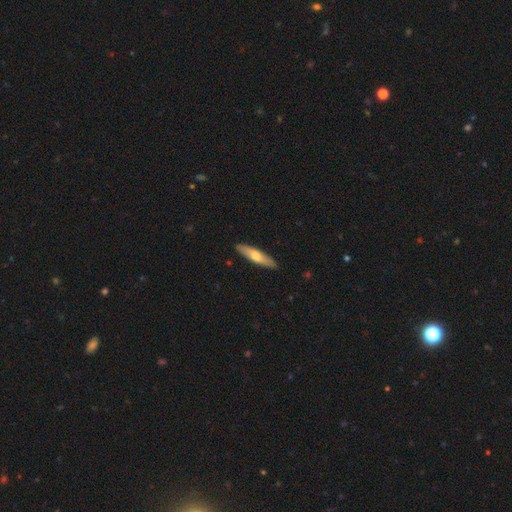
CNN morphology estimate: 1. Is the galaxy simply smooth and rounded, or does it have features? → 60% smooth, 35% featured or disk, 5% star or artifact.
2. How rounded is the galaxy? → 79% cigar-shaped, 19% in between, 2% round.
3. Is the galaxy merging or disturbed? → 90% none, 8% minor disturbance, 1% major disturbance, 1% merger.